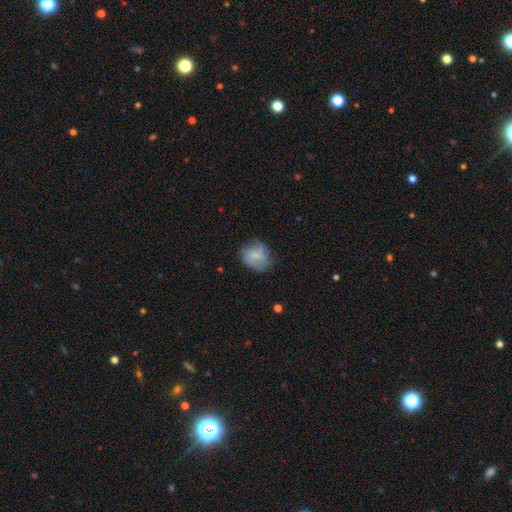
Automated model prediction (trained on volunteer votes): smooth_or_featured: smooth (p=0.68) [alt: featured or disk p=0.24]
how_rounded: round (p=0.61) [alt: in between p=0.38]
merging: none (p=0.64) [alt: minor disturbance p=0.26]